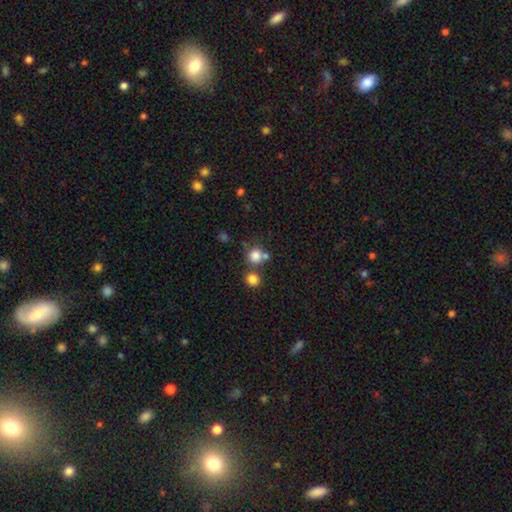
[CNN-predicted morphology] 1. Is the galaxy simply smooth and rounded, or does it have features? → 80% smooth, 13% star or artifact, 7% featured or disk.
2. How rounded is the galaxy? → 89% round, 10% in between, 1% cigar-shaped.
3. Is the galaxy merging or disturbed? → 61% none, 27% merger, 9% minor disturbance, 4% major disturbance.